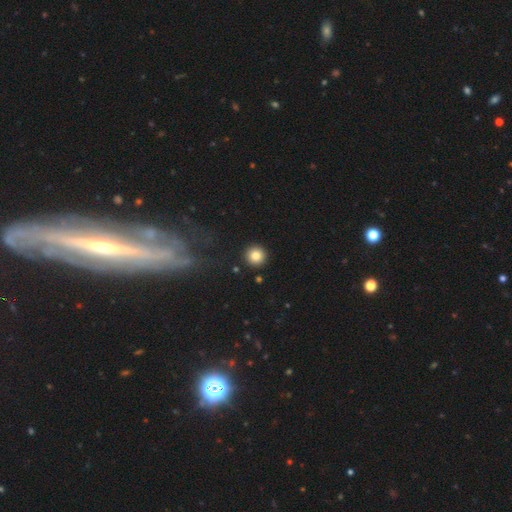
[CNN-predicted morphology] type=smooth (83%); roundness=round (96%); merging=none (92%).